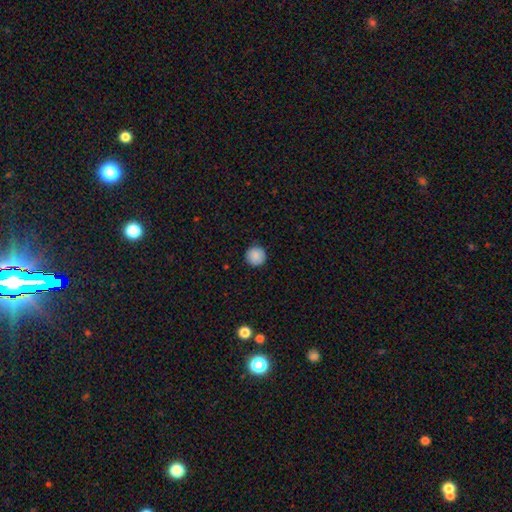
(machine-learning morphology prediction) smooth 88%, star or artifact 8%, featured or disk 4%. Down the decision tree: how rounded — round (96%); merging — none (90%).